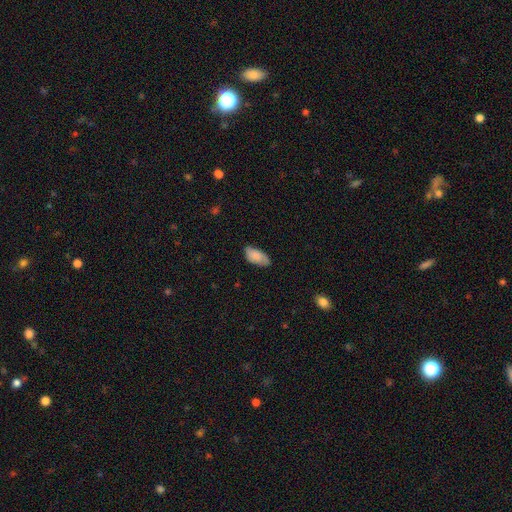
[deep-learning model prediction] Smooth or featured?
  - smooth: 79% *
  - featured or disk: 14%
  - star or artifact: 7%
How rounded?
  - in between: 93% *
  - cigar-shaped: 4%
  - round: 3%
Merging?
  - none: 71% *
  - minor disturbance: 24%
  - major disturbance: 4%
  - merger: 1%